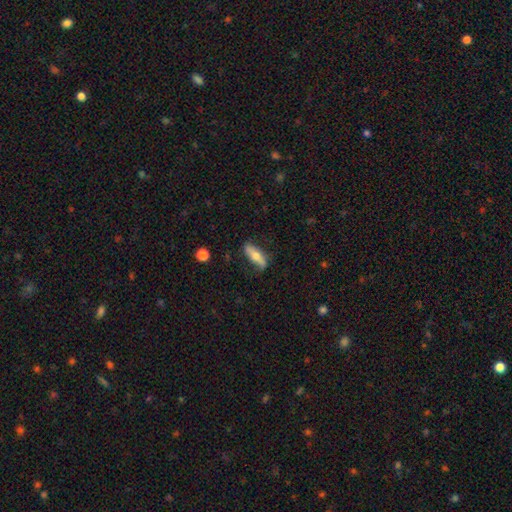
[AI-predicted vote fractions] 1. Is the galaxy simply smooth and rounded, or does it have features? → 54% smooth, 39% featured or disk, 6% star or artifact.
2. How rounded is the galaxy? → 51% cigar-shaped, 46% in between, 3% round.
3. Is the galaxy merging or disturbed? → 75% none, 19% minor disturbance, 5% major disturbance, 2% merger.